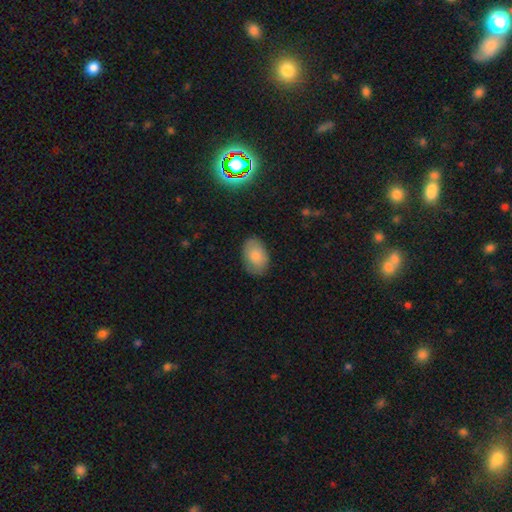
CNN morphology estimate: Smooth or featured: smooth — 82% (featured or disk — 11%)
How rounded: in between — 87% (round — 12%)
Merging: none — 81% (minor disturbance — 15%)